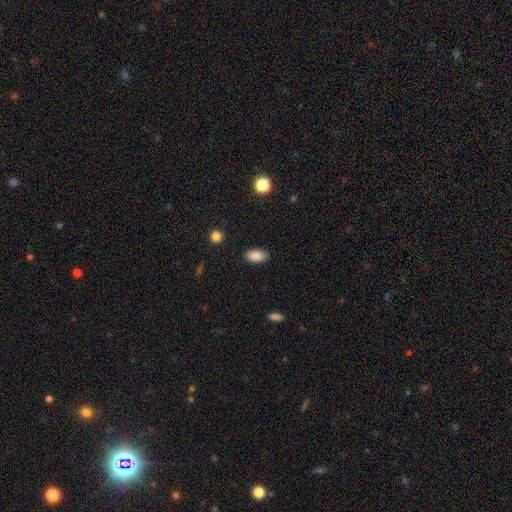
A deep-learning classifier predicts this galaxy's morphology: Smooth or featured: smooth — 88% (star or artifact — 8%)
How rounded: in between — 93% (round — 4%)
Merging: none — 88% (minor disturbance — 9%)